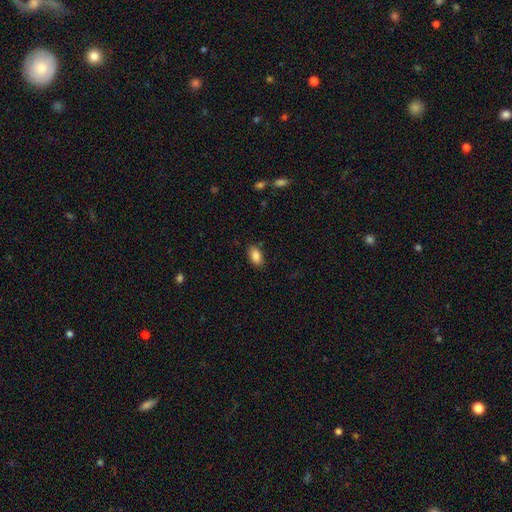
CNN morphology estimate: Smooth or featured? smooth (87%)
How rounded? in between (92%)
Merging? none (86%)